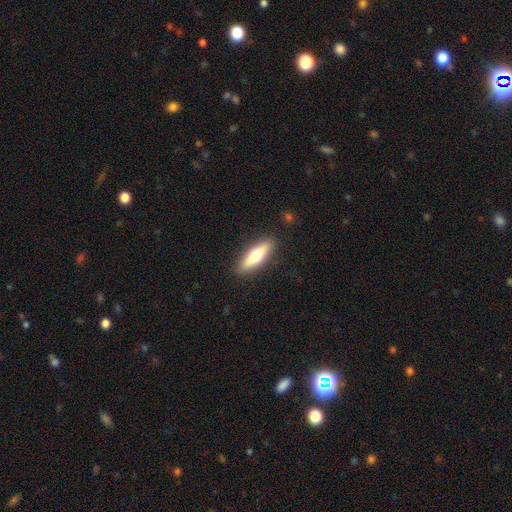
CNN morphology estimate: Q: Smooth or featured?
A: smooth (54%); runner-up: featured or disk (40%)
Q: How rounded?
A: cigar-shaped (61%); runner-up: in between (37%)
Q: Merging?
A: none (89%); runner-up: minor disturbance (8%)